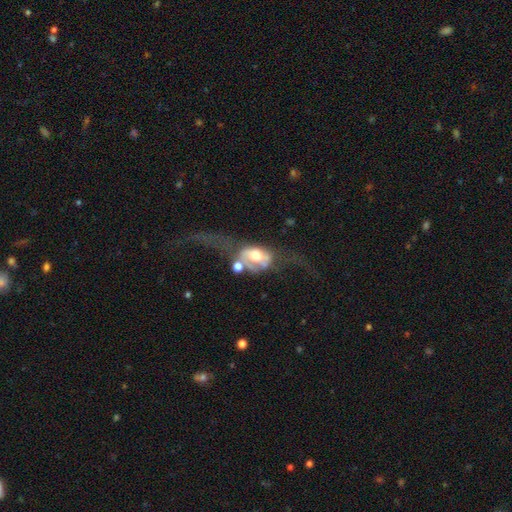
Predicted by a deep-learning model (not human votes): Morphology: type=featured or disk (57%); edge-on=no (94%); bar=no (76%); spiral arms=no (57%); bulge=moderate (51%); merging=major disturbance (45%).